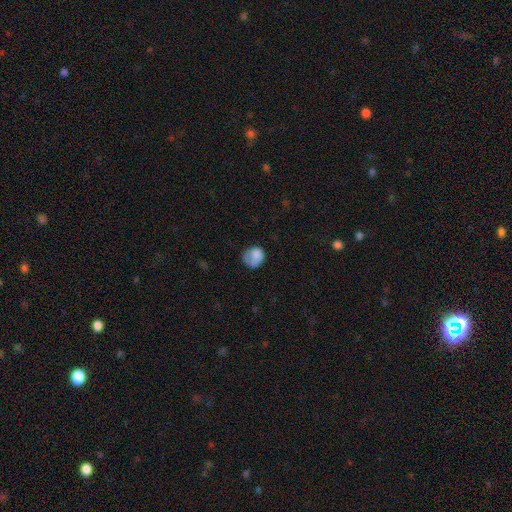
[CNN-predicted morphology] This is likely a smooth galaxy (77%). How rounded: likely round (69%). Merging: possibly none (45%).